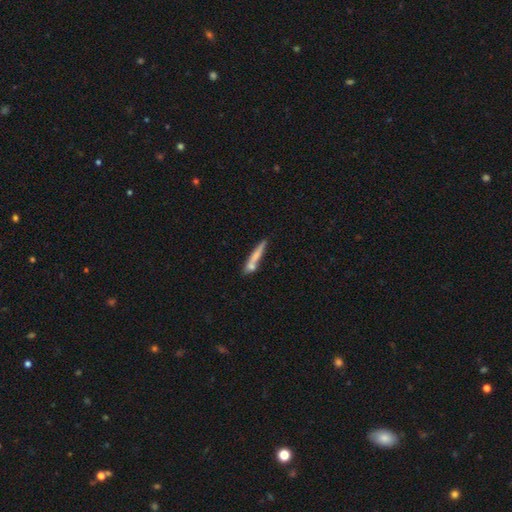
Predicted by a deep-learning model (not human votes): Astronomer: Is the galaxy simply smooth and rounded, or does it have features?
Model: smooth — 65%.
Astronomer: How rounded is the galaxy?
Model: cigar-shaped — 92%.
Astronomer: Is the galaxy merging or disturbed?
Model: none — 60%.